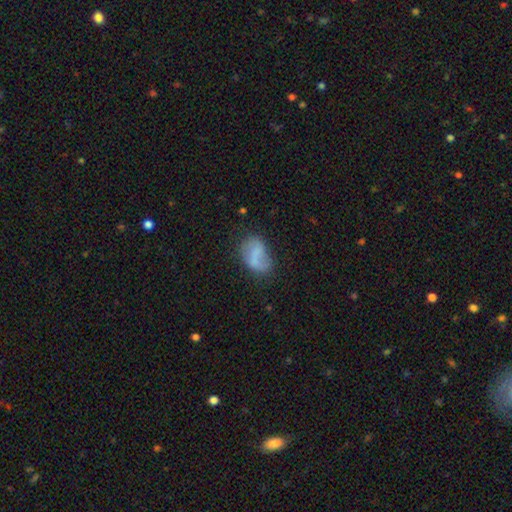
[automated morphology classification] Q: Smooth or featured?
A: smooth (57%); runner-up: featured or disk (34%)
Q: How rounded?
A: in between (84%); runner-up: round (14%)
Q: Merging?
A: none (47%); runner-up: minor disturbance (29%)